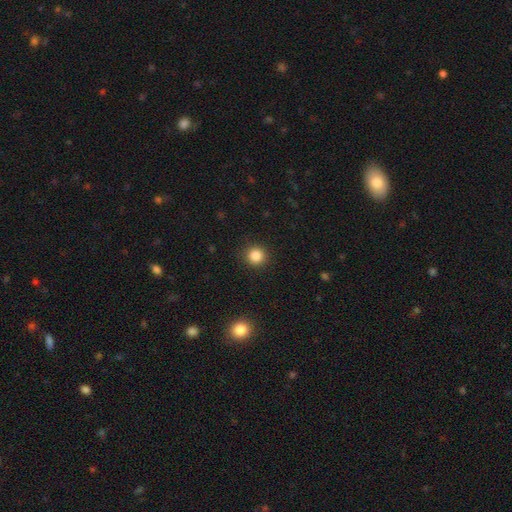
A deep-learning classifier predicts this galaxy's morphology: This appears to be a smooth galaxy with no disk features (85%) that is round (92%). Merging: none (91%).